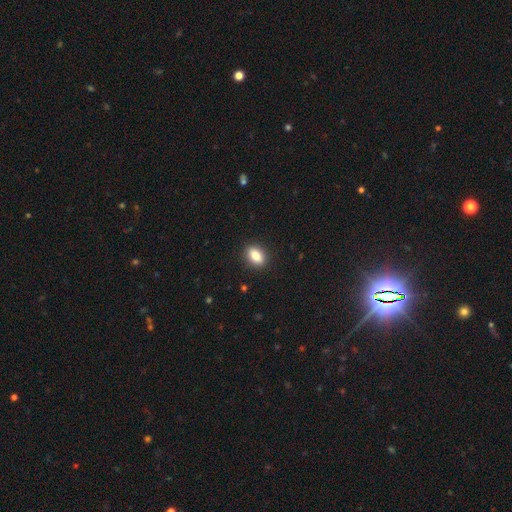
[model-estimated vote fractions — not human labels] The model was most divided on "how rounded": in between: 82%, round: 15%, cigar-shaped: 4%. More confident: merging — none (90%); smooth or featured — smooth (83%).